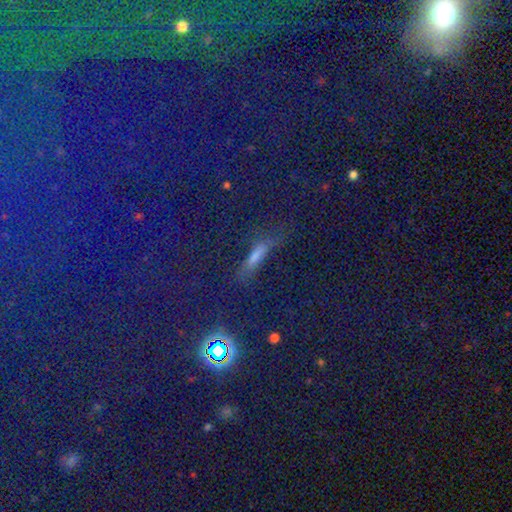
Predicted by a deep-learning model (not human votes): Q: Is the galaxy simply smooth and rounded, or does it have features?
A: star or artifact — 51%.